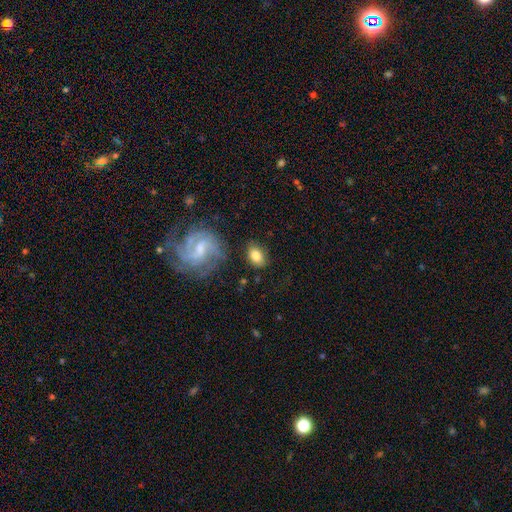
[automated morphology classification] Q: Smooth or featured?
A: smooth (78%); runner-up: featured or disk (15%)
Q: How rounded?
A: in between (80%); runner-up: round (19%)
Q: Merging?
A: none (78%); runner-up: minor disturbance (13%)